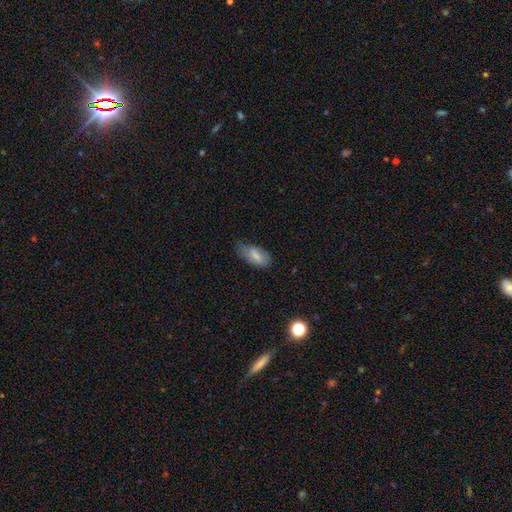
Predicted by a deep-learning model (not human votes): A smooth galaxy with no disk features (74%) that is in between round and cigar-shaped (90%).

Vote fractions:
- Smooth or featured? smooth: 74% / featured or disk: 18% / star or artifact: 7%
- How rounded? in between: 90% / cigar-shaped: 7% / round: 3%
- Merging? none: 46% / minor disturbance: 40% / major disturbance: 12% / merger: 2%